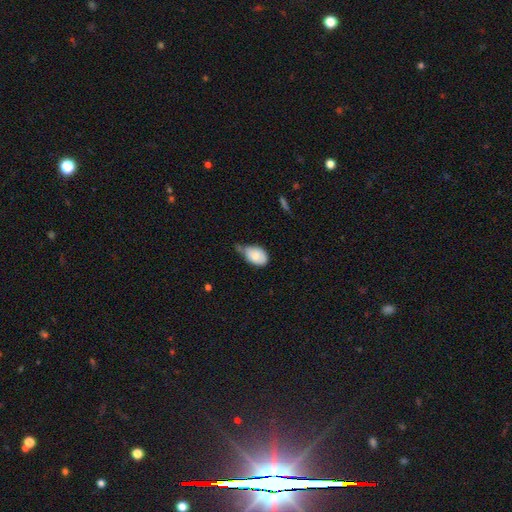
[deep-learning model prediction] smooth_or_featured: smooth (p=0.79) [alt: featured or disk p=0.14]
how_rounded: in between (p=0.84) [alt: round p=0.15]
merging: minor disturbance (p=0.49) [alt: none p=0.29]